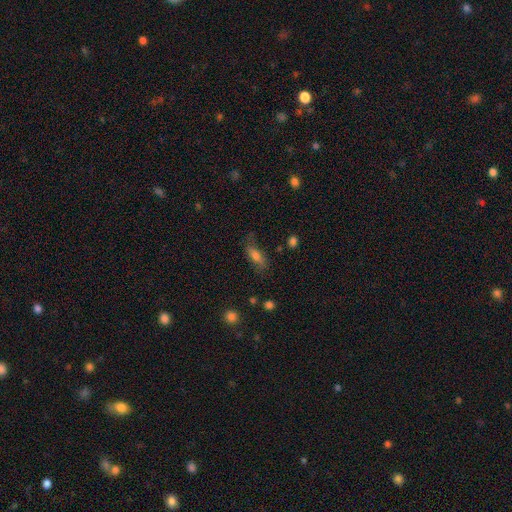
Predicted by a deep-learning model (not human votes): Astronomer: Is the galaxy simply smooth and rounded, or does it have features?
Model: smooth — 67%.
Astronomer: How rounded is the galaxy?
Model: in between — 60% (runner-up: cigar-shaped, 36%).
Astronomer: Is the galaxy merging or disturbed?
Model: none — 71%.